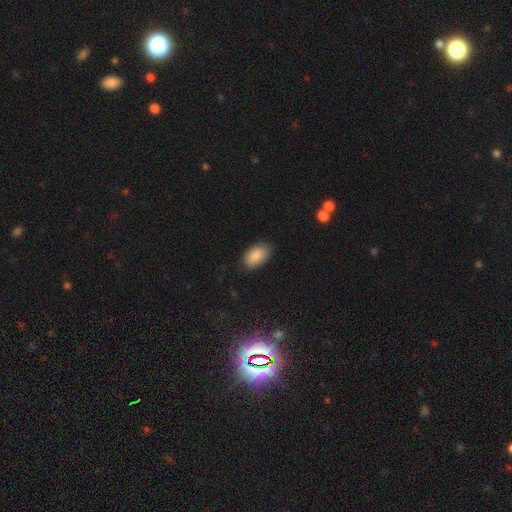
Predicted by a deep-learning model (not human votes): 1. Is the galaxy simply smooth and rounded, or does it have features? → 87% smooth, 7% star or artifact, 6% featured or disk.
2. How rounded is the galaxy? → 94% in between, 5% round, 1% cigar-shaped.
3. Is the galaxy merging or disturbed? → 83% none, 14% minor disturbance, 3% major disturbance, 1% merger.